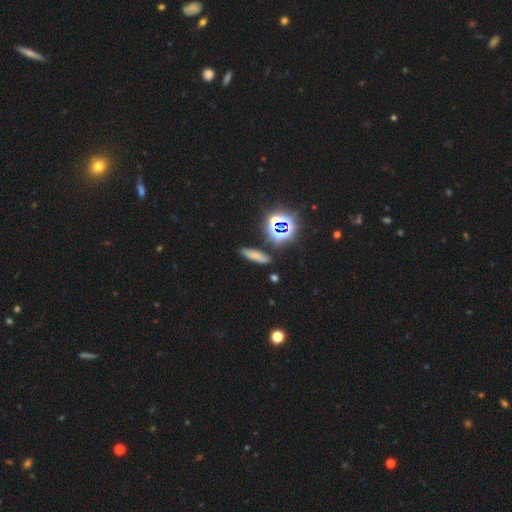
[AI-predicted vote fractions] Smooth or featured? Predicted: smooth (p=0.63). How rounded? Predicted: cigar-shaped (p=0.61). Merging? Predicted: none (p=0.80).